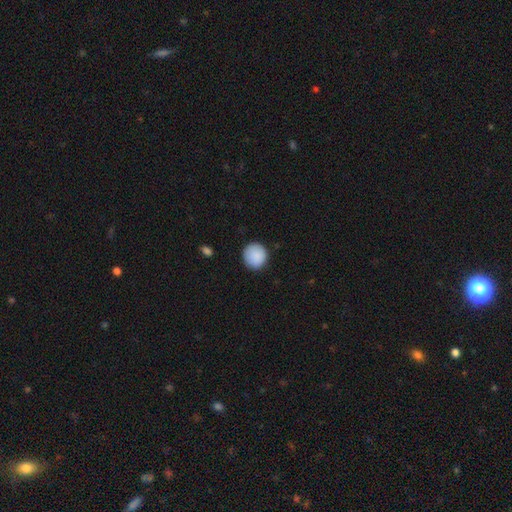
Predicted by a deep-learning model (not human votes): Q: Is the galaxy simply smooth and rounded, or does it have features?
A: smooth — 90%.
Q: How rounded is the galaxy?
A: round — 92%.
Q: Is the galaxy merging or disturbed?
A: none — 88%.